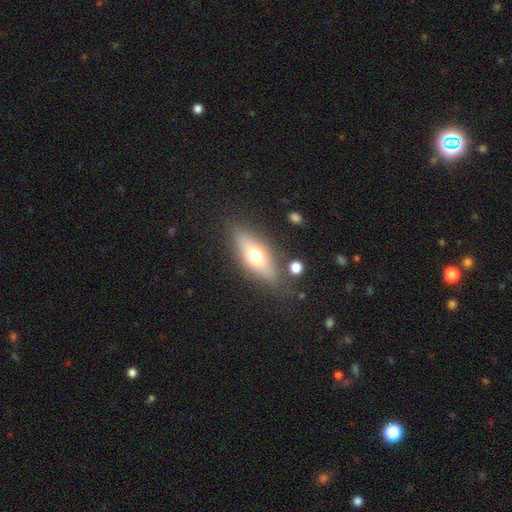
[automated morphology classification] Q: Smooth or featured?
A: smooth (56%); runner-up: featured or disk (36%)
Q: How rounded?
A: in between (59%); runner-up: cigar-shaped (36%)
Q: Merging?
A: none (80%); runner-up: minor disturbance (12%)